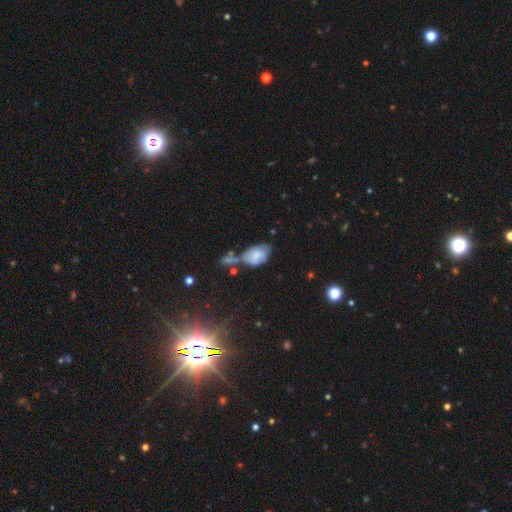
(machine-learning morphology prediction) The model was most divided on "merging": none: 32%, minor disturbance: 30%, merger: 24%, major disturbance: 14%. More confident: how rounded — in between (88%); smooth or featured — smooth (66%).